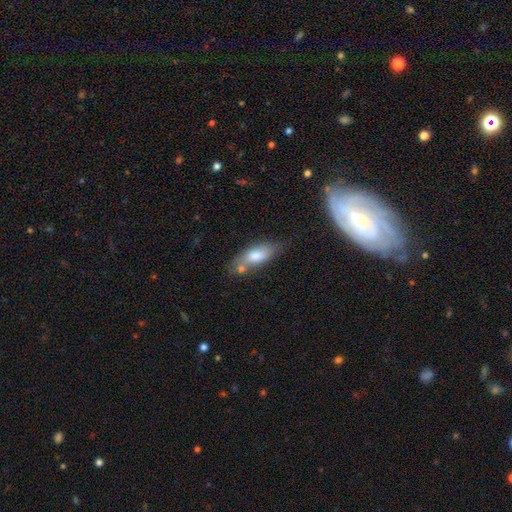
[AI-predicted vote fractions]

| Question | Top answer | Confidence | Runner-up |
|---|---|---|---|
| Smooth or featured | smooth | 71% | featured or disk (21%) |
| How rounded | in between | 69% | cigar-shaped (28%) |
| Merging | none | 54% | minor disturbance (22%) |